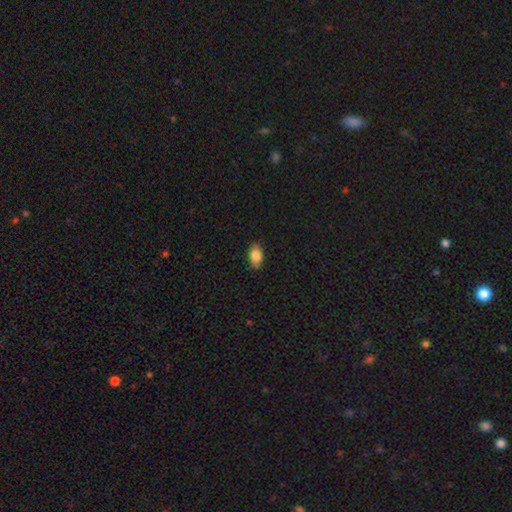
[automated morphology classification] This appears to be a smooth galaxy with no disk features (84%) that is in between round and cigar-shaped (90%). Merging: none (86%).